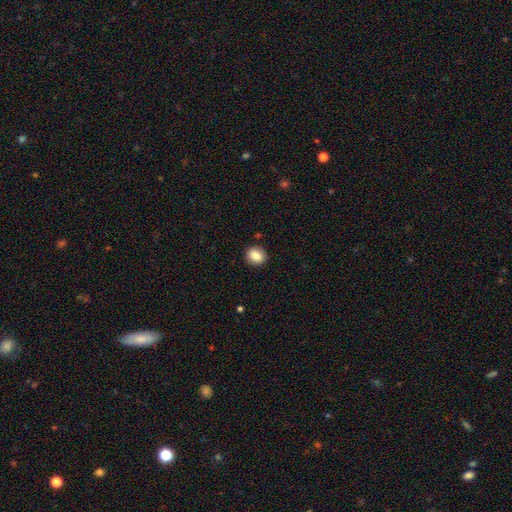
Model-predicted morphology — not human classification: smooth_or_featured: smooth (p=0.86) [alt: star or artifact p=0.08]
how_rounded: round (p=0.59) [alt: in between p=0.40]
merging: none (p=0.90) [alt: minor disturbance p=0.07]